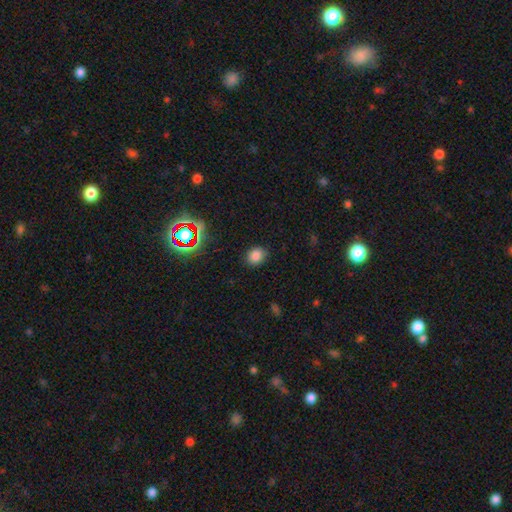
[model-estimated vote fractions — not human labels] Smooth or featured? Predicted: smooth (p=0.80). How rounded? Predicted: round (p=0.55). Merging? Predicted: none (p=0.85).